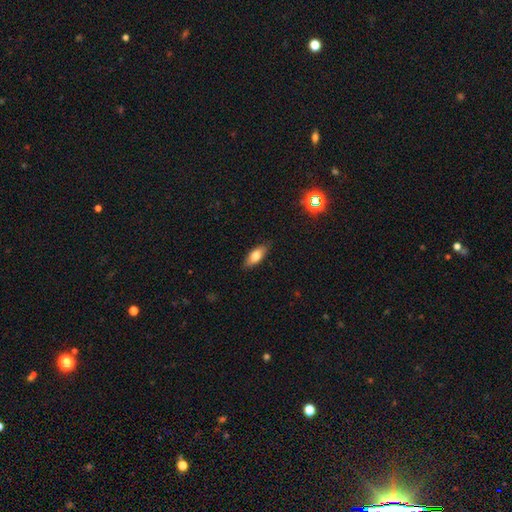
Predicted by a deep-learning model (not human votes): This appears to be a smooth galaxy with no disk features (74%) that is in between round and cigar-shaped (79%). Merging: none (85%).